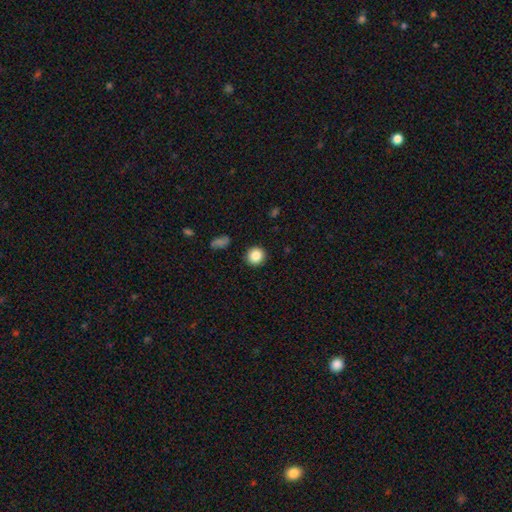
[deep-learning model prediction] Overall: smooth (87%). How rounded: round (93%). Merging: none (92%).